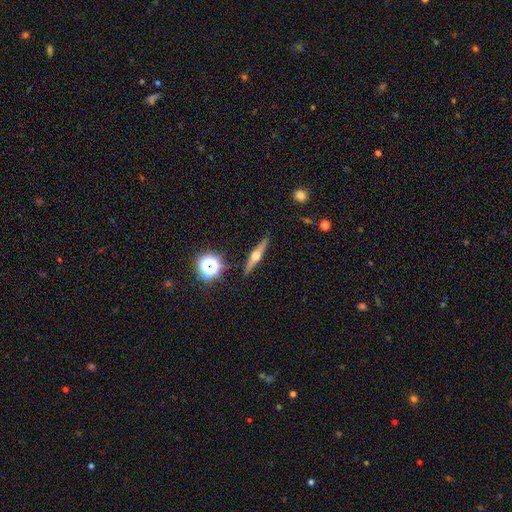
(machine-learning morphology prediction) smooth_or_featured: featured or disk (p=0.68) [alt: smooth p=0.23]
disk_edge_on: yes (p=0.97) [alt: no p=0.03]
edge_on_bulge: rounded (p=0.94) [alt: boxy p=0.03]
merging: none (p=0.90) [alt: minor disturbance p=0.07]